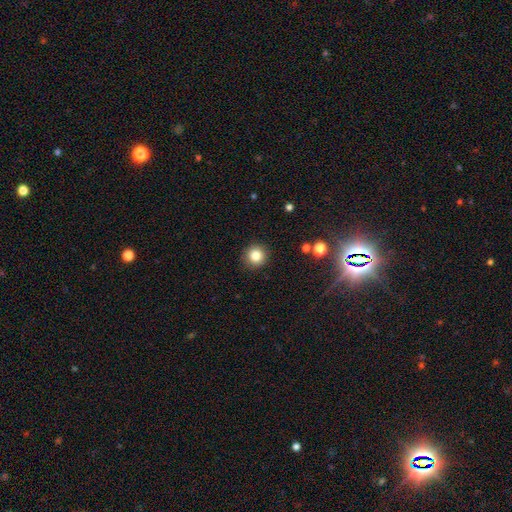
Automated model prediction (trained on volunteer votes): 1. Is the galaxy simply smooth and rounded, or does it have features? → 83% smooth, 11% star or artifact, 6% featured or disk.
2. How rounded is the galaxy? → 94% round, 5% in between, 1% cigar-shaped.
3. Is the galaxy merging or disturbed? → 91% none, 6% minor disturbance, 2% major disturbance, 1% merger.